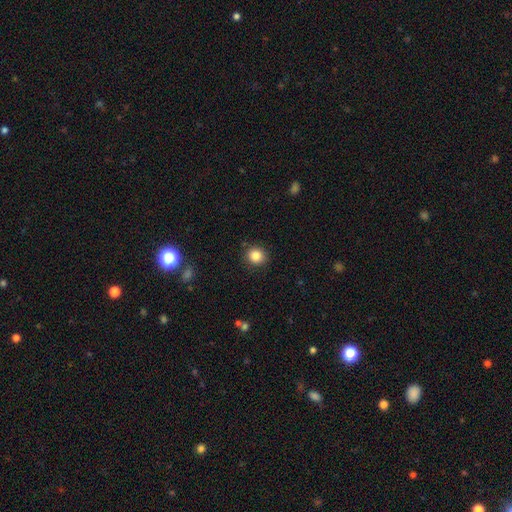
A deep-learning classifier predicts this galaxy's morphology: Smooth or featured? Predicted: smooth (p=0.84). How rounded? Predicted: round (p=0.88). Merging? Predicted: none (p=0.89).